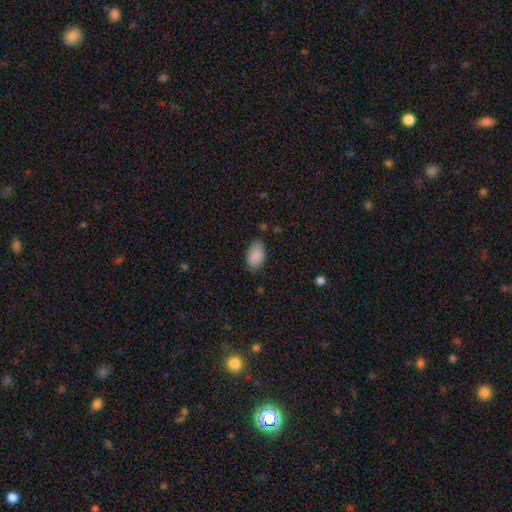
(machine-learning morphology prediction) smooth-or-featured: smooth: 90% | star or artifact: 7% | featured or disk: 4%
  how-rounded: in between: 93% | round: 5% | cigar-shaped: 1%
  merging: none: 78% | minor disturbance: 18% | major disturbance: 3% | merger: 1%